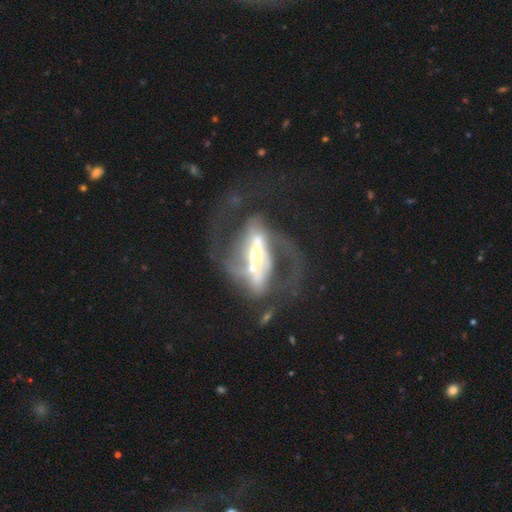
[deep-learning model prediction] smooth_or_featured: featured or disk (p=0.80) [alt: smooth p=0.13]
disk_edge_on: no (p=0.92) [alt: yes p=0.08]
bar: strong (p=0.51) [alt: weak p=0.27]
has_spiral_arms: yes (p=0.75) [alt: no p=0.25]
spiral_winding: loose (p=0.52) [alt: medium p=0.35]
spiral_arm_count: 2 (p=0.67) [alt: can't tell p=0.15]
bulge_size: moderate (p=0.57) [alt: small p=0.19]
merging: major disturbance (p=0.33) [alt: merger p=0.30]